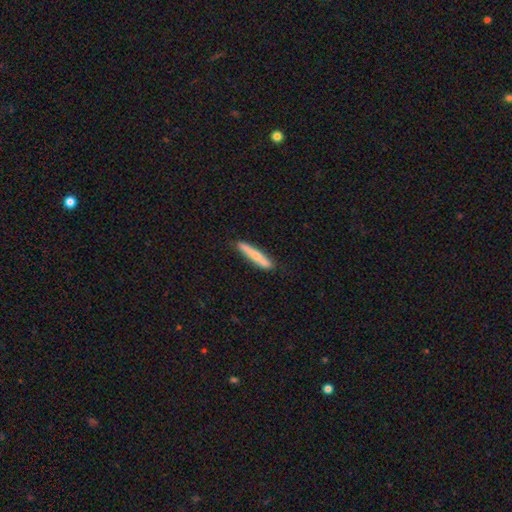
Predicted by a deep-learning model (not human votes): Smooth or featured?
  - smooth: 59% *
  - featured or disk: 36%
  - star or artifact: 6%
How rounded?
  - cigar-shaped: 93% *
  - in between: 6%
  - round: 2%
Merging?
  - none: 84% *
  - minor disturbance: 12%
  - major disturbance: 2%
  - merger: 2%